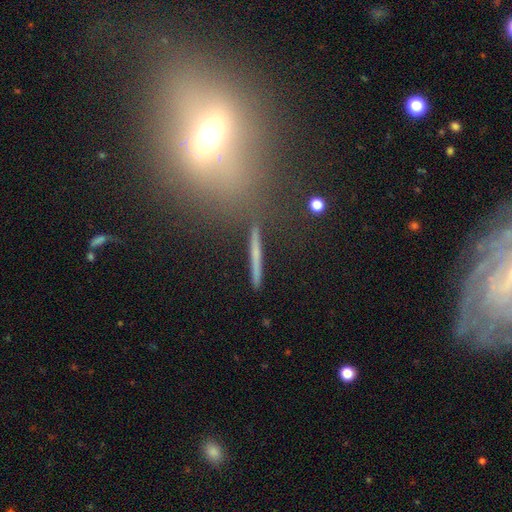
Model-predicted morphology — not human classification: smooth-or-featured: smooth: 44% | featured or disk: 40% | star or artifact: 16%
  merging: none: 84% | minor disturbance: 8% | merger: 4% | major disturbance: 3%